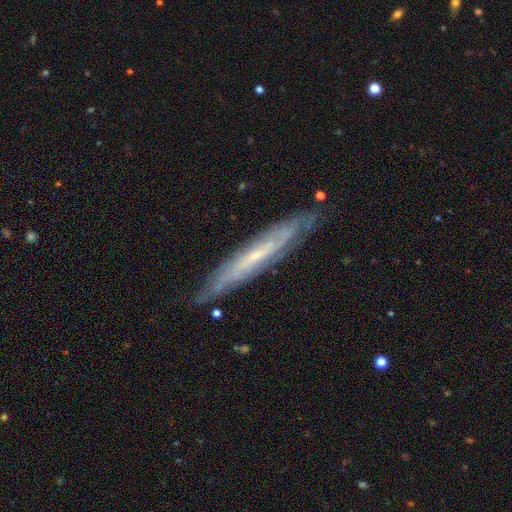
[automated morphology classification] A featured or disk galaxy (72%) viewed edge-on (67%).

Vote fractions:
- Smooth or featured? featured or disk: 72% / smooth: 21% / star or artifact: 7%
- Edge-on disk? yes: 67% / no: 33%
- Merging? none: 81% / minor disturbance: 15% / major disturbance: 3% / merger: 2%